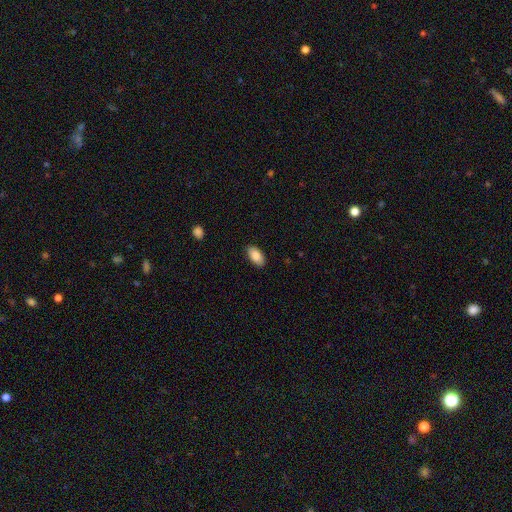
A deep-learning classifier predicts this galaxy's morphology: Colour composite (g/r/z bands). It shows a smooth galaxy with no disk features (87%) that is in between round and cigar-shaped (94%). Merging: none (87%).